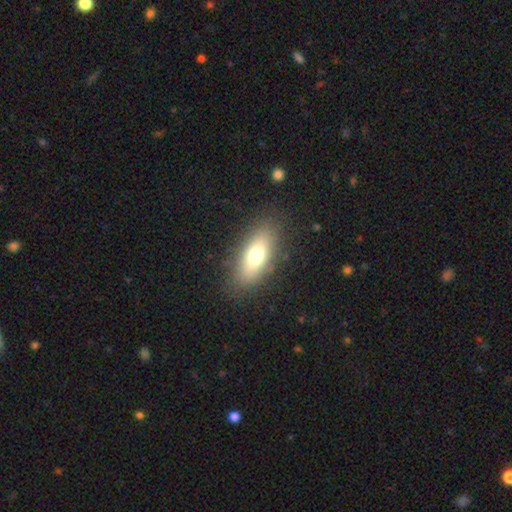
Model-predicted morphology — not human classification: Smooth or featured?
  - smooth: 70% *
  - featured or disk: 21%
  - star or artifact: 9%
How rounded?
  - in between: 79% *
  - cigar-shaped: 16%
  - round: 5%
Merging?
  - none: 84% *
  - minor disturbance: 11%
  - major disturbance: 4%
  - merger: 1%